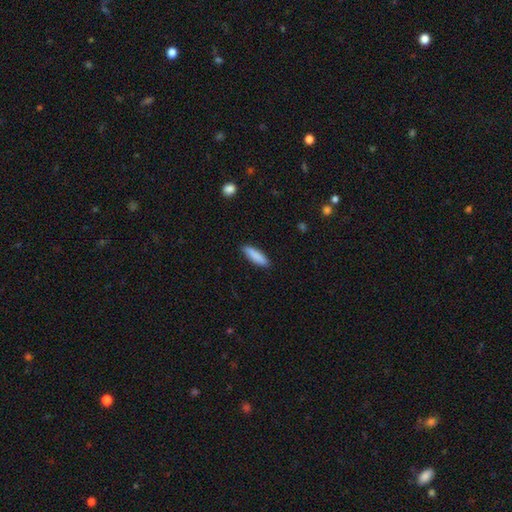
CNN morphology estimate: A smooth galaxy with no disk features (87%) that is cigar-shaped (62%).

Vote fractions:
- Smooth or featured? smooth: 87% / featured or disk: 7% / star or artifact: 6%
- How rounded? cigar-shaped: 62% / in between: 36% / round: 1%
- Merging? none: 87% / minor disturbance: 10% / major disturbance: 2% / merger: 1%